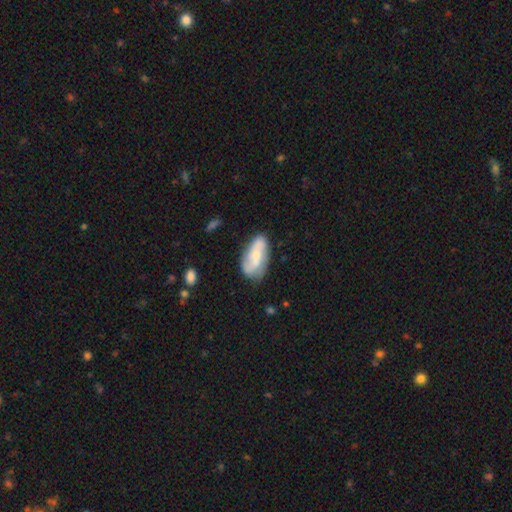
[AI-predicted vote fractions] A featured or disk galaxy (55%) with no bar (54%), spiral arms (82%) and a small central bulge (50%).

Vote fractions:
- Smooth or featured? featured or disk: 55% / smooth: 39% / star or artifact: 7%
- Edge-on disk? no: 93% / yes: 7%
- Bar? no: 54% / weak: 33% / strong: 13%
- Spiral arms? yes: 82% / no: 18%
- Bulge size? small: 50% / moderate: 36% / none: 9% / large: 4% / dominant: 1%
- Merging? none: 63% / minor disturbance: 25% / major disturbance: 8% / merger: 4%